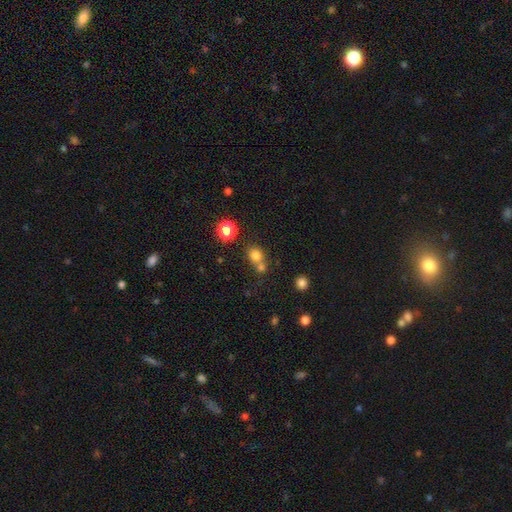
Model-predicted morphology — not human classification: Smooth or featured? smooth (76%)
How rounded? round (78%)
Merging? none (52%)